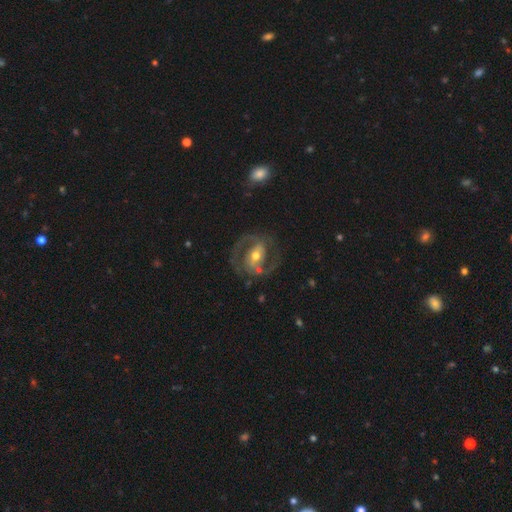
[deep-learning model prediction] This appears to be a featured or disk galaxy (81%) with a weak bar (36%, tied with strong), 2 (88%) medium (54%) spiral arms (83%) and a moderate central bulge (70%). Merging: none (72%).